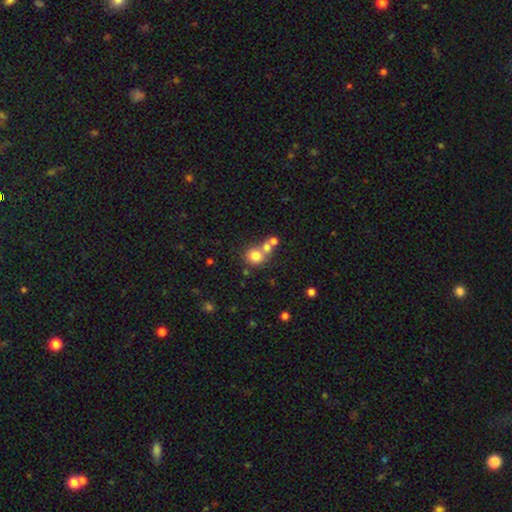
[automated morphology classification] Smooth or featured? Predicted: smooth (p=0.74). How rounded? Predicted: round (p=0.84). Merging? Predicted: none (p=0.46).